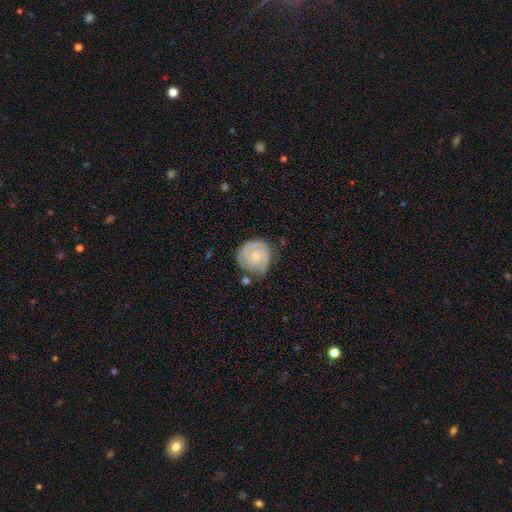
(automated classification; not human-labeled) Overall: featured or disk (77%). Edge-on disk: no (98%). Bar: no (69%). Spiral arms: yes (92%). Spiral arm count: 2 (55%; can't tell 19%). Spiral winding: tight (70%). Bulge size: small (56%; moderate 40%). Merging: none (65%).